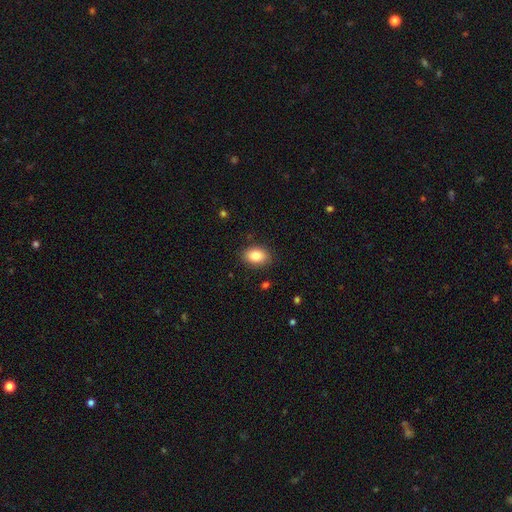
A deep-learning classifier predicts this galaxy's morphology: type=smooth (84%); roundness=in between (83%); merging=none (86%).